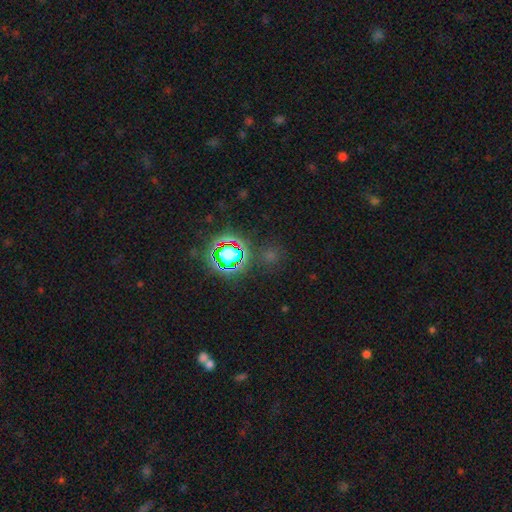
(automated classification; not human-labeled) Smooth or featured?
  - star or artifact: 76% *
  - smooth: 16%
  - featured or disk: 8%